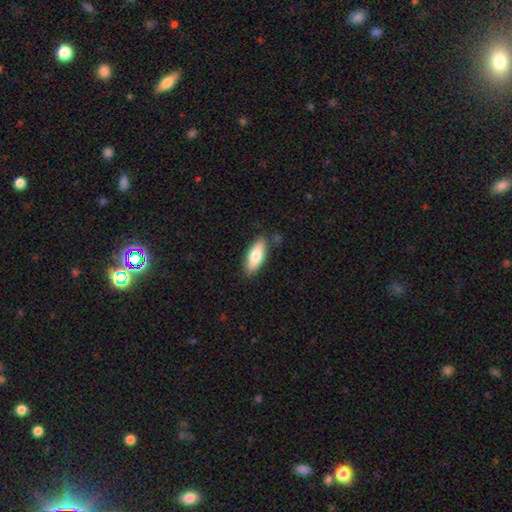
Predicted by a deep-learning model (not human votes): Overall: smooth (72%). How rounded: in between (71%). Merging: none (82%).